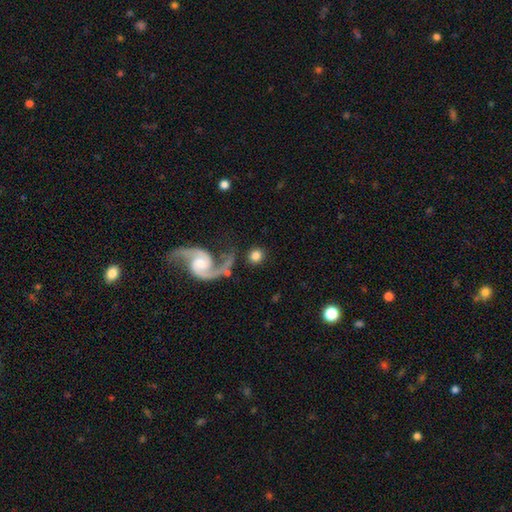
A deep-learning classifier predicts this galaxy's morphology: Smooth or featured? smooth (67%)
How rounded? round (88%)
Merging? none (75%)